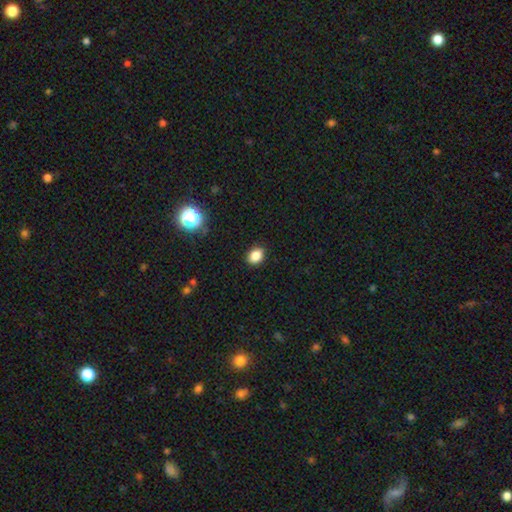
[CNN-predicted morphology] This appears to be a smooth galaxy with no disk features (85%) that is in between round and cigar-shaped (67%). Merging: none (89%).